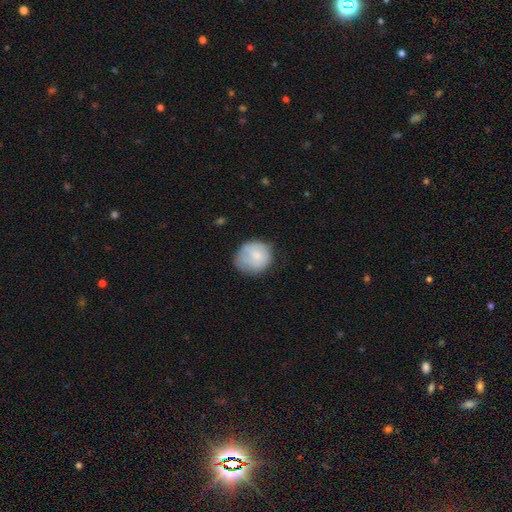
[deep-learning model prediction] Overall: smooth (72%). How rounded: round (80%). Merging: none (56%; minor disturbance 31%).